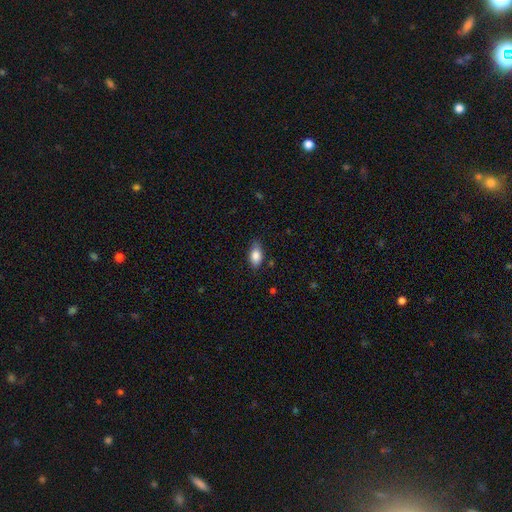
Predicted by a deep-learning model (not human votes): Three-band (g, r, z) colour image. It shows a smooth galaxy with no disk features (84%) that is in between round and cigar-shaped (89%). Merging: none (78%).